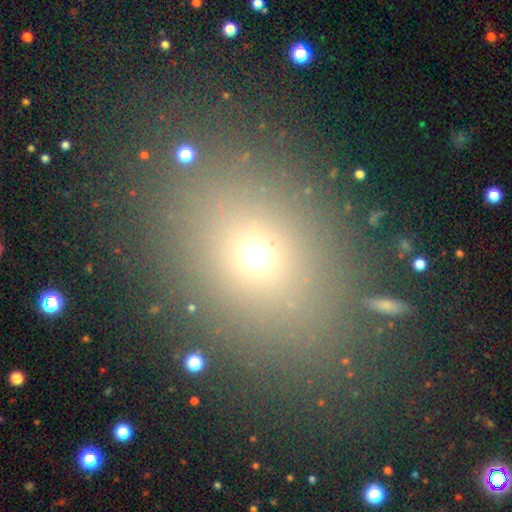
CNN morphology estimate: The model was most divided on "how rounded": in between: 54%, round: 44%, cigar-shaped: 2%. More confident: merging — none (82%); smooth or featured — smooth (63%).